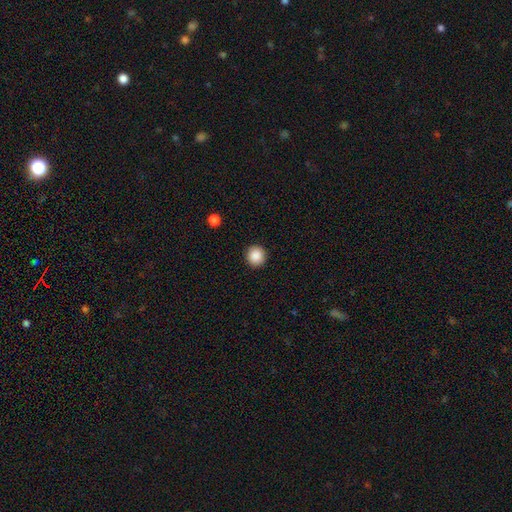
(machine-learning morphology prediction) A smooth galaxy with no disk features (89%) that is round (95%). Merging: none (92%).